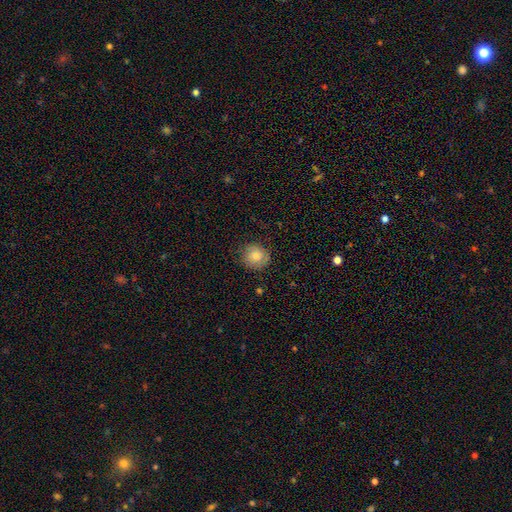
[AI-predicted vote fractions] smooth_or_featured: smooth (p=0.78) [alt: featured or disk p=0.13]
how_rounded: round (p=0.88) [alt: in between p=0.11]
merging: none (p=0.81) [alt: minor disturbance p=0.15]